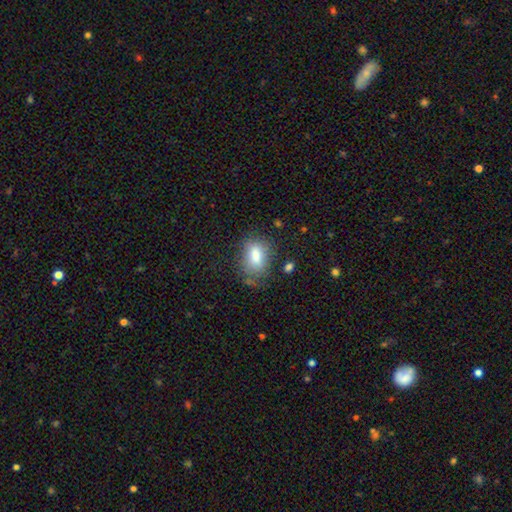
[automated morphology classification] Smooth or featured?
  - smooth: 78% *
  - featured or disk: 13%
  - star or artifact: 9%
How rounded?
  - in between: 82% *
  - round: 14%
  - cigar-shaped: 4%
Merging?
  - none: 60% *
  - minor disturbance: 24%
  - major disturbance: 12%
  - merger: 4%